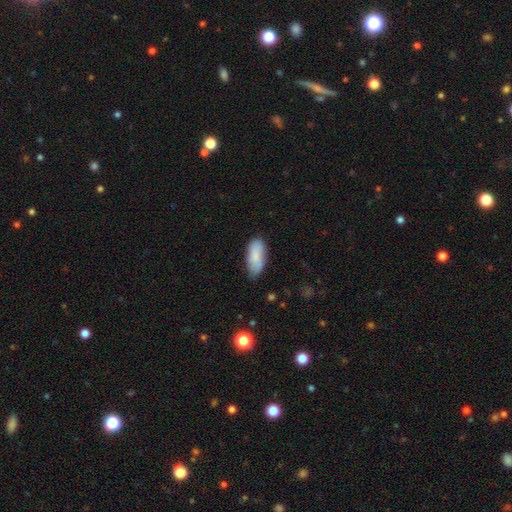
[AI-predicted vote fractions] This is clearly a smooth galaxy (83%). How rounded: clearly in between (90%). Merging: likely none (67%).